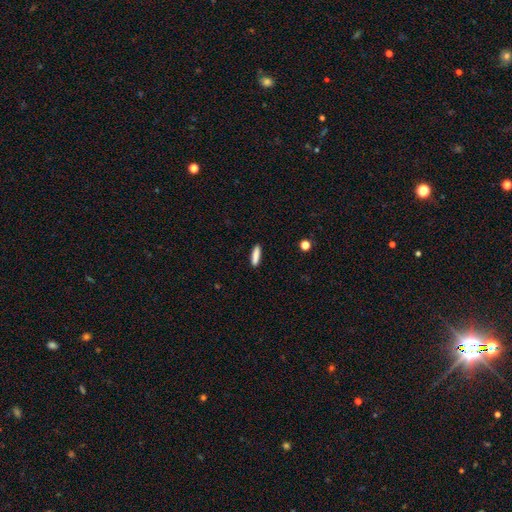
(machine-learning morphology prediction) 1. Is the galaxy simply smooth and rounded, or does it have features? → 86% smooth, 7% featured or disk, 7% star or artifact.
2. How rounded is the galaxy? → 75% cigar-shaped, 23% in between, 2% round.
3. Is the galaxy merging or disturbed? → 89% none, 8% minor disturbance, 2% major disturbance, 1% merger.